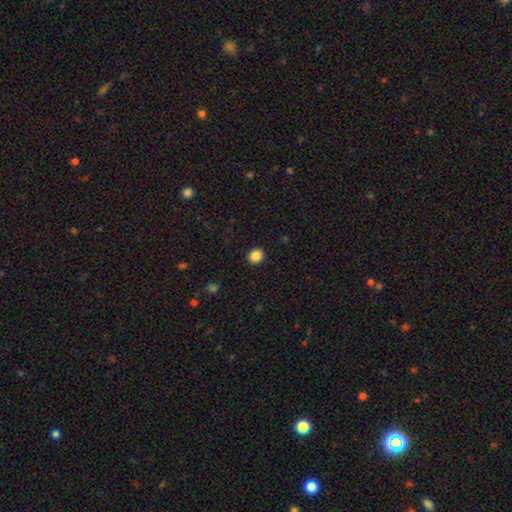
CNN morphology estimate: A smooth galaxy with no disk features (86%) that is round (81%). Merging: none (92%).